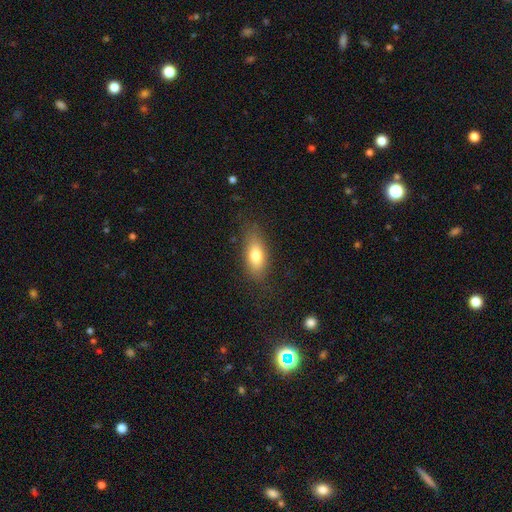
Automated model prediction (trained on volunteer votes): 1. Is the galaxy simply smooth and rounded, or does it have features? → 77% smooth, 16% featured or disk, 8% star or artifact.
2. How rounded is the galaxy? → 80% in between, 15% cigar-shaped, 4% round.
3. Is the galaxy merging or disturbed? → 79% none, 15% minor disturbance, 5% major disturbance, 1% merger.